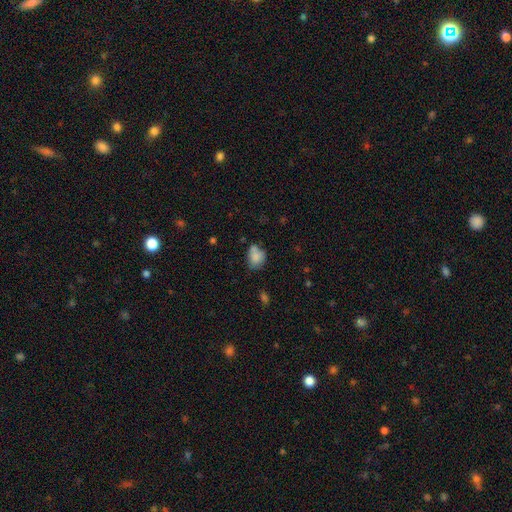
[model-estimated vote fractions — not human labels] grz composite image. It shows a smooth galaxy with no disk features (80%) that is in between round and cigar-shaped (56%). Merging: none (47%).